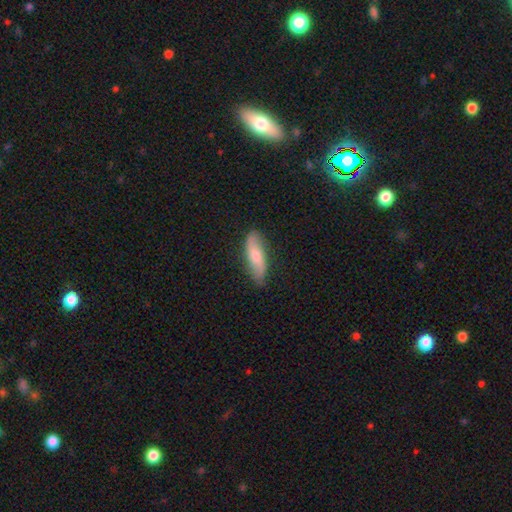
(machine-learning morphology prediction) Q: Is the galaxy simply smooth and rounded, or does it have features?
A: smooth — 62%.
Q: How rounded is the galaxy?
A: cigar-shaped — 52%.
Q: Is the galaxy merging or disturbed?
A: none — 79%.